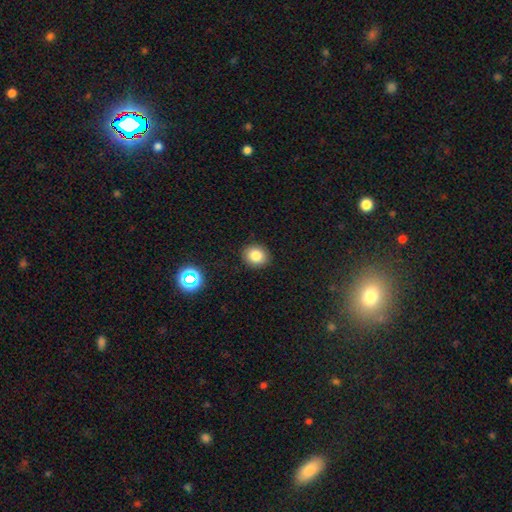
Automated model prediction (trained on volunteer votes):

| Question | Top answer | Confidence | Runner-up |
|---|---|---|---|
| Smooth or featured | smooth | 81% | star or artifact (12%) |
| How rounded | round | 69% | in between (30%) |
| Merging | none | 90% | minor disturbance (7%) |